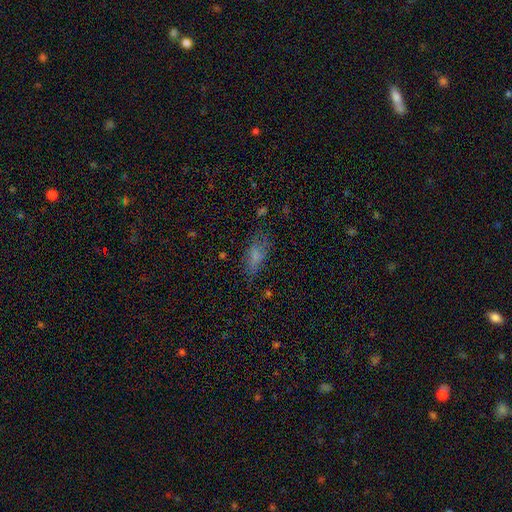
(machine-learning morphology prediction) This is likely a smooth galaxy (65%). How rounded: likely in between (73%). Merging: likely none (60%).